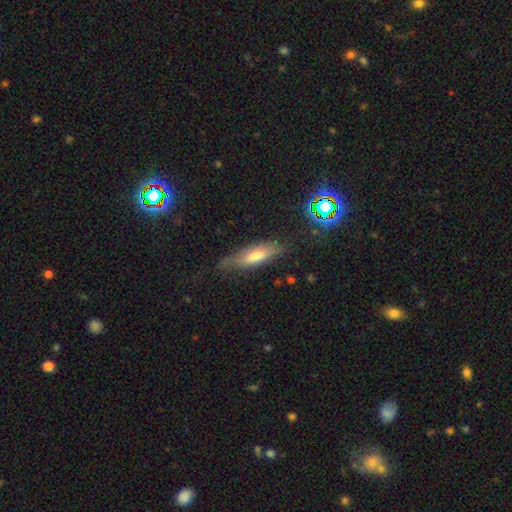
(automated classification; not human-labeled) Smooth or featured?
  - smooth: 54% *
  - featured or disk: 34%
  - star or artifact: 13%
How rounded?
  - cigar-shaped: 55% *
  - in between: 42%
  - round: 3%
Merging?
  - none: 67% *
  - minor disturbance: 24%
  - major disturbance: 7%
  - merger: 2%